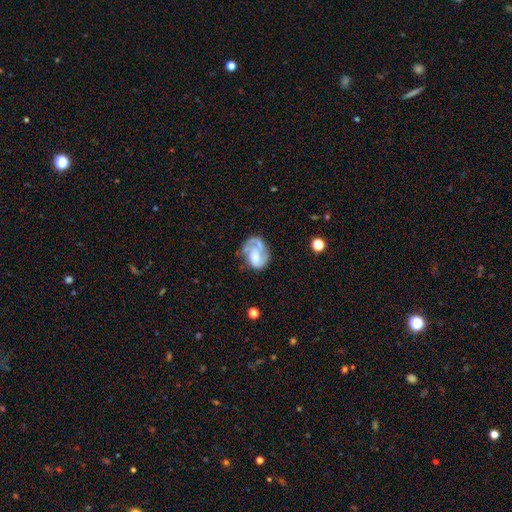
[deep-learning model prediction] smooth-or-featured: featured or disk: 67% | smooth: 25% | star or artifact: 8%
  disk-edge-on: no: 98% | yes: 2%
    bar: no: 68% | weak: 26% | strong: 6%
    has-spiral-arms: yes: 82% | no: 18%
      spiral-winding: tight: 43% | medium: 38% | loose: 19%
      spiral-arm-count: 2: 33% | 1: 32% | can't tell: 21% | 3: 10% | 4: 2% | more than 4: 2%
    bulge-size: none: 29% | moderate: 28% | small: 22% | large: 18% | dominant: 3%
  merging: none: 48% | minor disturbance: 25% | major disturbance: 22% | merger: 4%